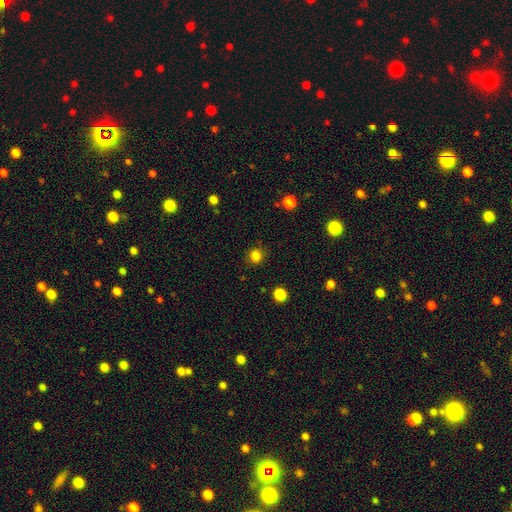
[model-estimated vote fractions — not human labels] This appears to be a smooth galaxy with no disk features (83%) that is round (87%). Merging: none (87%).